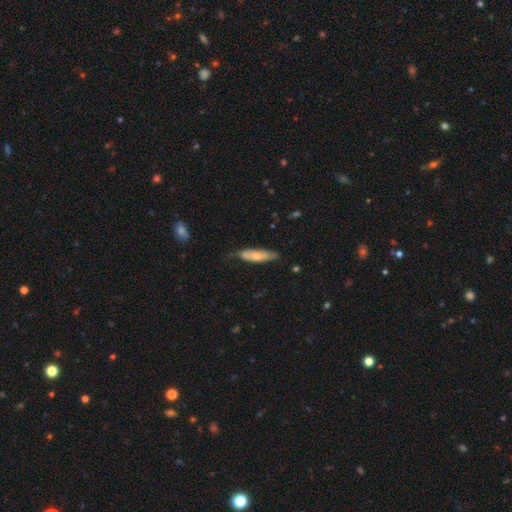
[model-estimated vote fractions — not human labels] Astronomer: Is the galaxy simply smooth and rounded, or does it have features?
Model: smooth — 61%.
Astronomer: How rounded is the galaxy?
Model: cigar-shaped — 60% (runner-up: in between, 38%).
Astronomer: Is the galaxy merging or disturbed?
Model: none — 65%.